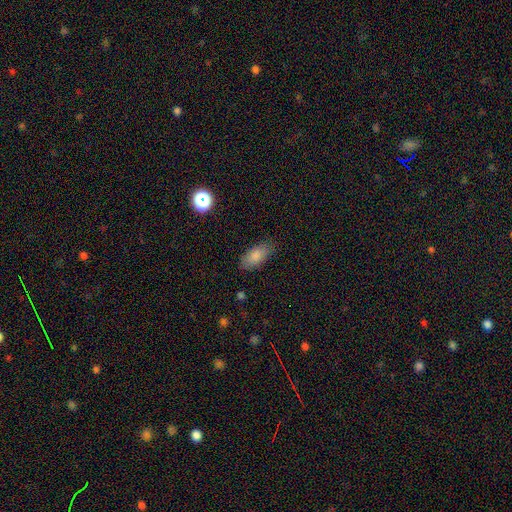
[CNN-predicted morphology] Q: Smooth or featured?
A: smooth (84%); runner-up: featured or disk (8%)
Q: How rounded?
A: in between (90%); runner-up: cigar-shaped (7%)
Q: Merging?
A: none (80%); runner-up: minor disturbance (15%)